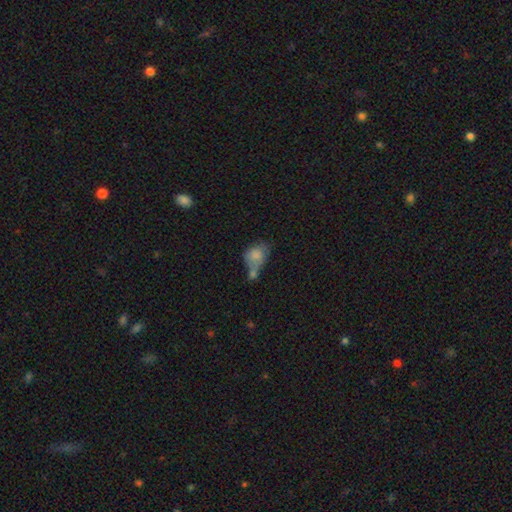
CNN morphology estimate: smooth 77%, featured or disk 14%, star or artifact 9%. Down the decision tree: how rounded — in between (65%); merging — merger (51%).